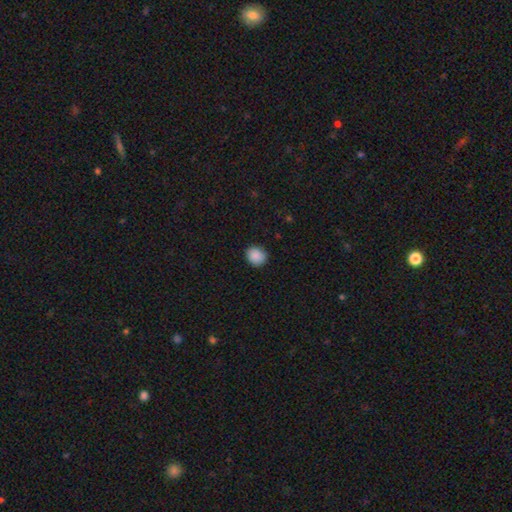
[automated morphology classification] A smooth galaxy with no disk features (89%) that is round (74%).

Vote fractions:
- Smooth or featured? smooth: 89% / star or artifact: 8% / featured or disk: 3%
- How rounded? round: 74% / in between: 25% / cigar-shaped: 1%
- Merging? none: 89% / minor disturbance: 8% / major disturbance: 2% / merger: 1%